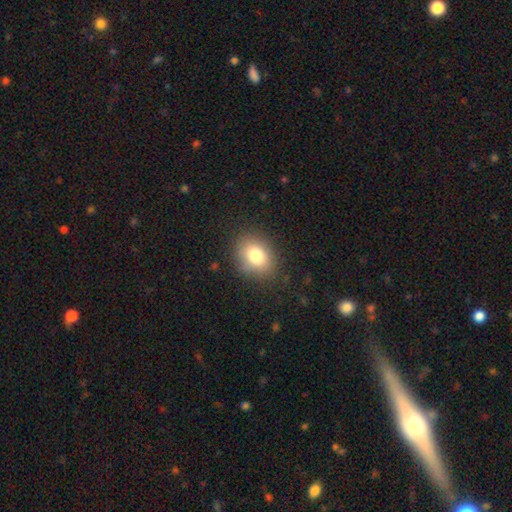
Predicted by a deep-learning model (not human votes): Smooth or featured: smooth — 80% (star or artifact — 10%)
How rounded: in between — 56% (round — 43%)
Merging: none — 84% (minor disturbance — 11%)